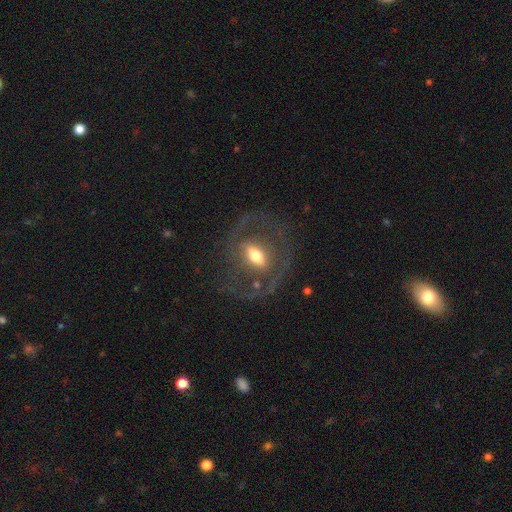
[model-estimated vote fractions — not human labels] This appears to be a featured or disk galaxy (71%) with a strong bar (42%), spiral arms (52%) and a moderate central bulge (63%). Merging: none (62%).